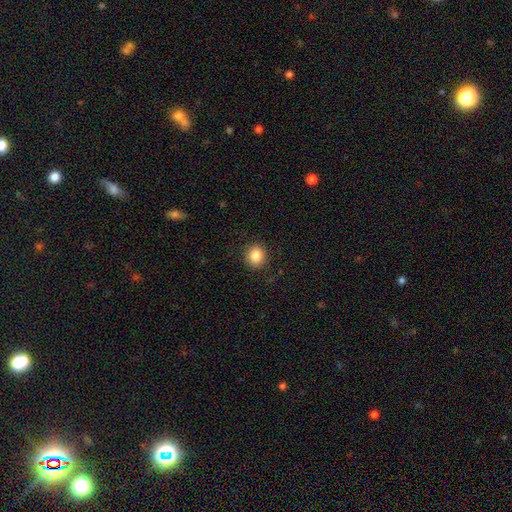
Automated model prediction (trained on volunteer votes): Q: Smooth or featured?
A: smooth (85%); runner-up: star or artifact (10%)
Q: How rounded?
A: round (84%); runner-up: in between (15%)
Q: Merging?
A: none (90%); runner-up: minor disturbance (7%)